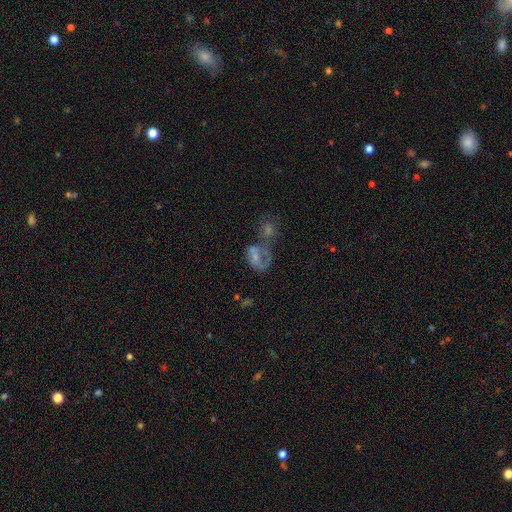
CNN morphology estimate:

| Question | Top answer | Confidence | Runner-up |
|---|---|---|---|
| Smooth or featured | smooth | 44% | featured or disk (43%) |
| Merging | merger | 46% | major disturbance (24%) |